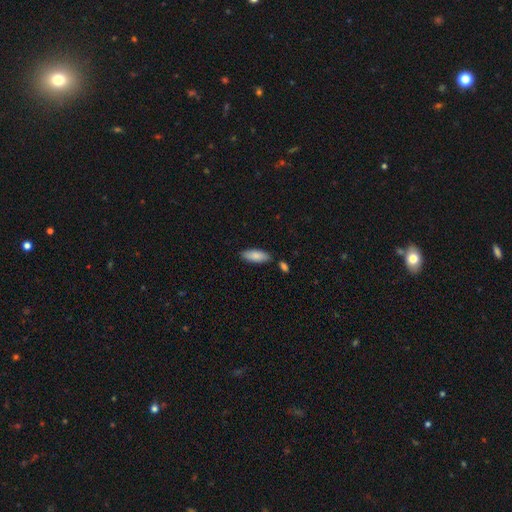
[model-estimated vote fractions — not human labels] A smooth galaxy with no disk features (86%) that is in between round and cigar-shaped (71%).

Vote fractions:
- Smooth or featured? smooth: 86% / featured or disk: 8% / star or artifact: 6%
- How rounded? in between: 71% / cigar-shaped: 27% / round: 2%
- Merging? none: 79% / minor disturbance: 12% / merger: 6% / major disturbance: 2%